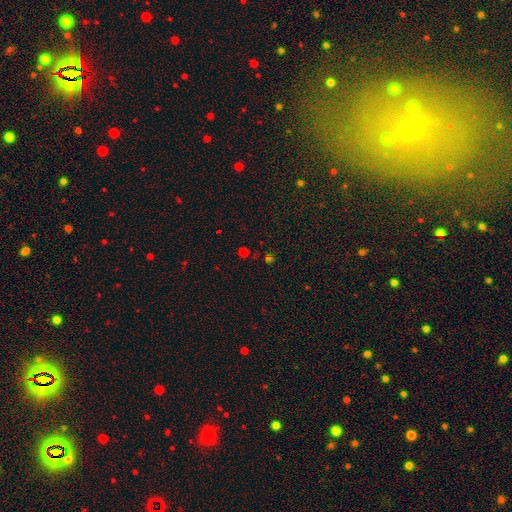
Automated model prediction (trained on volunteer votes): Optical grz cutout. It shows a smooth galaxy with no disk features (54%) that is round (87%). Merging: none (79%).